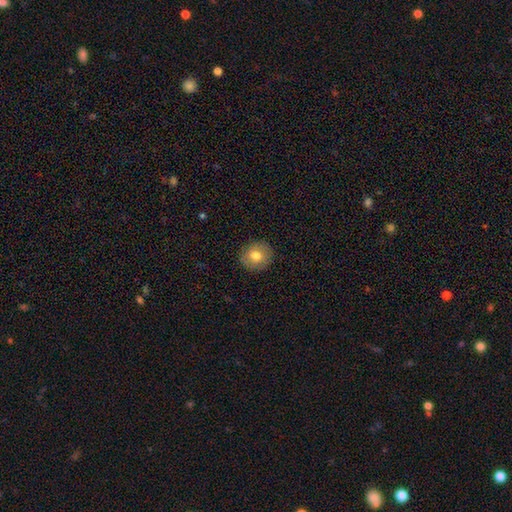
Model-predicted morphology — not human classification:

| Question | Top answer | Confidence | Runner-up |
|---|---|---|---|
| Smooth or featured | smooth | 76% | featured or disk (15%) |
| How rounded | round | 85% | in between (14%) |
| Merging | none | 89% | minor disturbance (8%) |